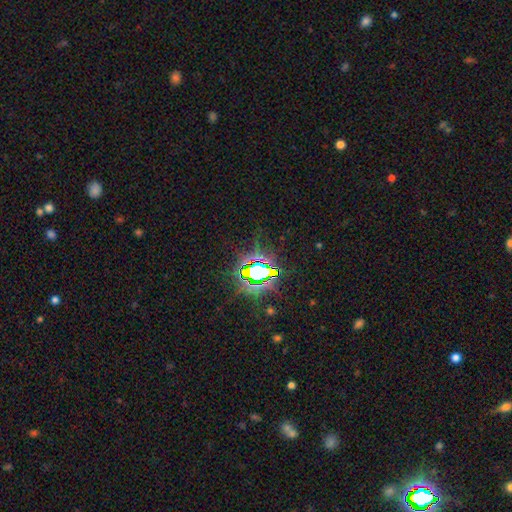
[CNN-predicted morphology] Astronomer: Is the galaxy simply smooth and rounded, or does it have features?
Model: star or artifact — 82%.